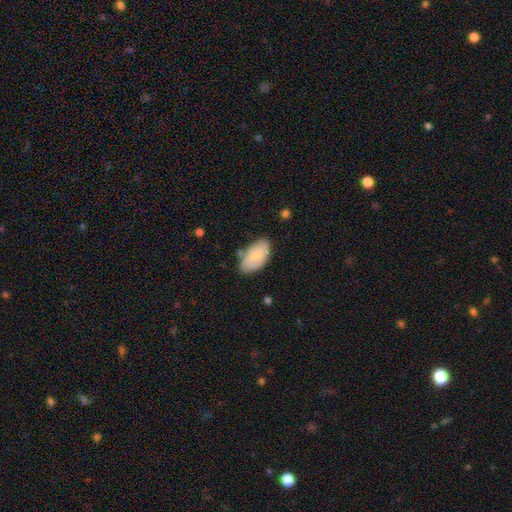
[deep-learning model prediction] Smooth or featured: smooth — 75% (featured or disk — 19%)
How rounded: in between — 95% (round — 3%)
Merging: none — 70% (minor disturbance — 22%)